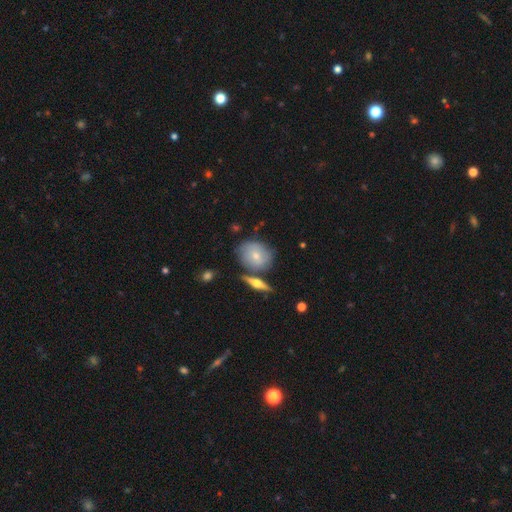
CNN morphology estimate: This appears to be a smooth galaxy with no disk features (57%) that is round (64%). Merging: none (65%).